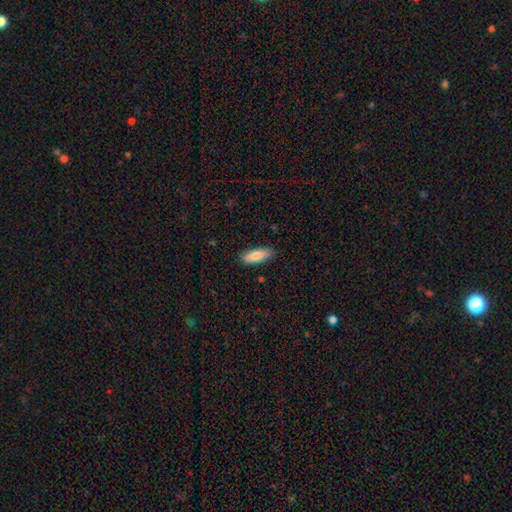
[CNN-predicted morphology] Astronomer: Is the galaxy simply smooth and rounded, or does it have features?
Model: smooth — 83%.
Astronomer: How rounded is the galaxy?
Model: in between — 63%.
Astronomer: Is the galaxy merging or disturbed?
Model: none — 85%.